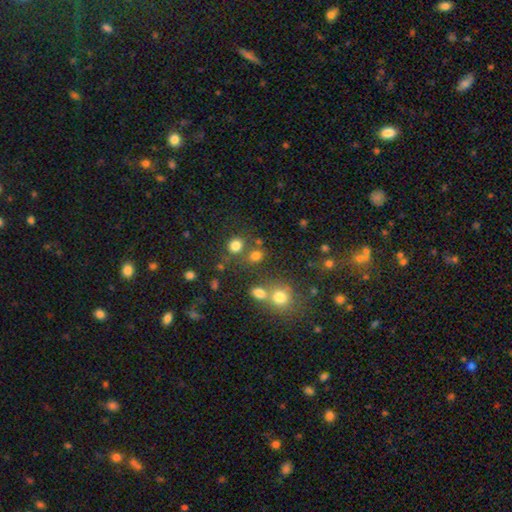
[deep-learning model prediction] This is likely a smooth galaxy (76%). How rounded: likely round (76%). Merging: likely none (66%).